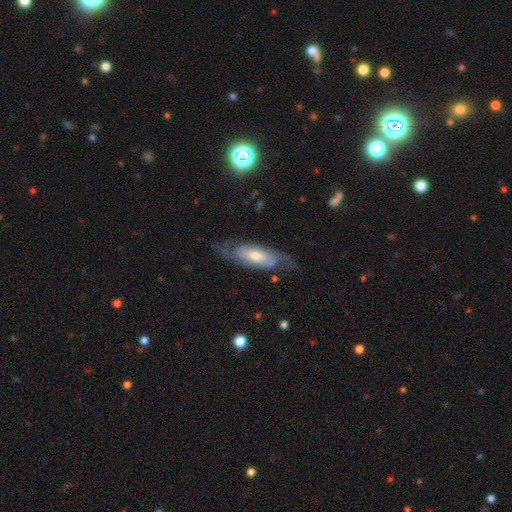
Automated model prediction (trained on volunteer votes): Q: Smooth or featured?
A: featured or disk (73%); runner-up: smooth (20%)
Q: Edge-on disk?
A: no (83%); runner-up: yes (17%)
Q: Bar?
A: no (57%); runner-up: weak (32%)
Q: Spiral arms?
A: yes (90%); runner-up: no (10%)
Q: Spiral winding?
A: medium (43%); runner-up: tight (39%)
Q: Spiral arm count?
A: 2 (71%); runner-up: can't tell (20%)
Q: Bulge size?
A: moderate (51%); runner-up: small (34%)
Q: Merging?
A: none (70%); runner-up: minor disturbance (18%)